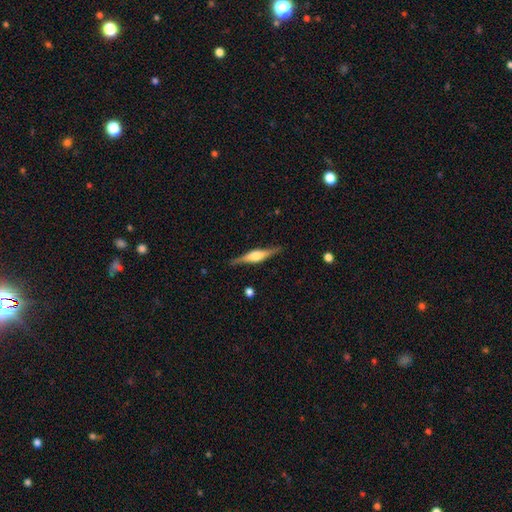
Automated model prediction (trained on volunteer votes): The model was most divided on "smooth or featured": featured or disk: 76%, smooth: 18%, star or artifact: 5%. More confident: edge-on disk — yes (97%); merging — none (88%); edge-on bulge — rounded (81%).